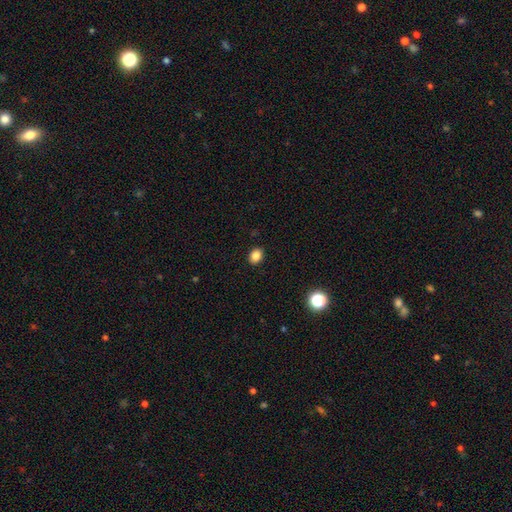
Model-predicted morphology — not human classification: This is clearly a smooth galaxy (85%). How rounded: likely in between (61%). Merging: clearly none (90%).